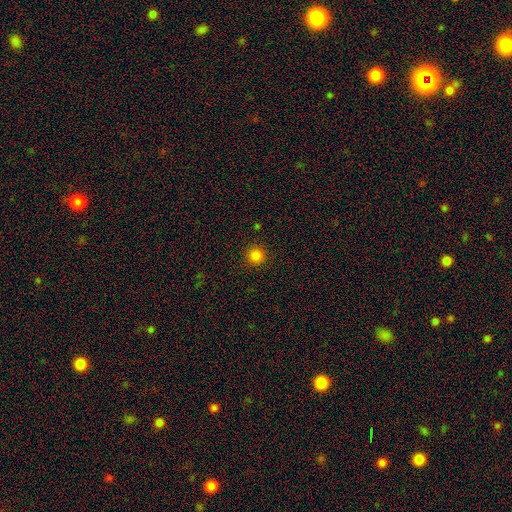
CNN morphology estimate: type=smooth (83%); roundness=round (95%); merging=none (92%).